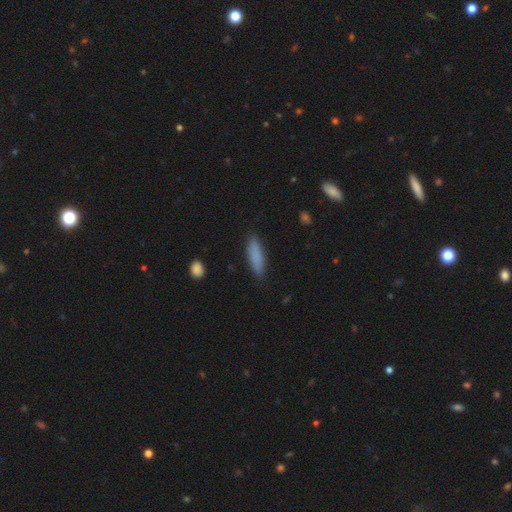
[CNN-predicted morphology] type=smooth (83%); roundness=cigar-shaped (68%); merging=none (85%).